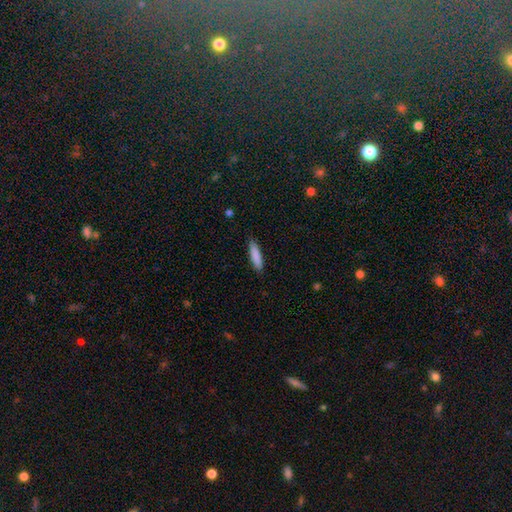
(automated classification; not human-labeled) Smooth or featured? smooth (86%)
How rounded? cigar-shaped (73%)
Merging? none (86%)